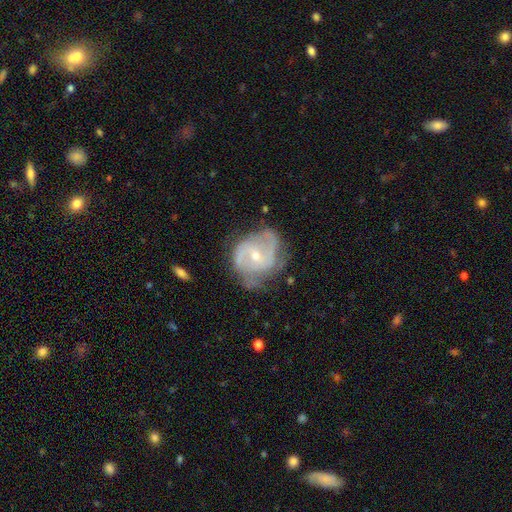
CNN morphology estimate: This appears to be a featured or disk galaxy (81%) with a weak bar (45%), 2 (60%) medium (48%) spiral arms (92%) and a small central bulge (59%). Merging: none (57%).